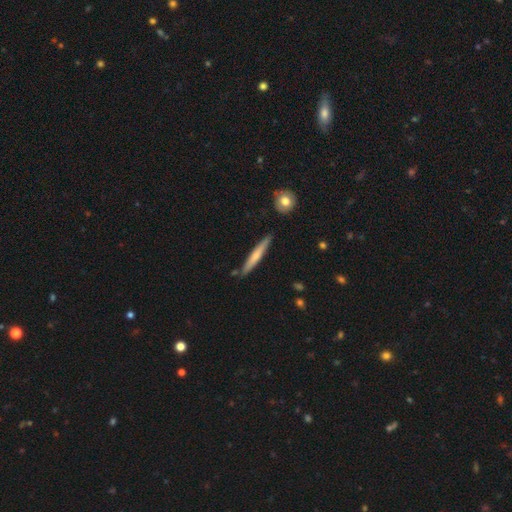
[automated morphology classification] Smooth or featured?
  - smooth: 55% *
  - featured or disk: 40%
  - star or artifact: 5%
How rounded?
  - cigar-shaped: 95% *
  - in between: 4%
  - round: 1%
Merging?
  - none: 85% *
  - minor disturbance: 10%
  - merger: 3%
  - major disturbance: 2%